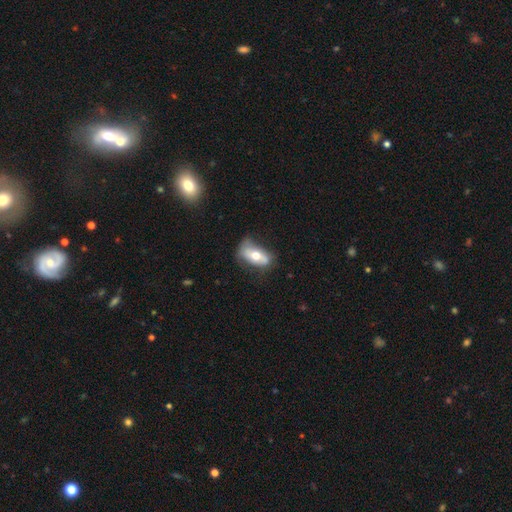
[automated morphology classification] This appears to be a smooth galaxy with no disk features (51%) that is in between round and cigar-shaped (86%). Merging: none (50%).